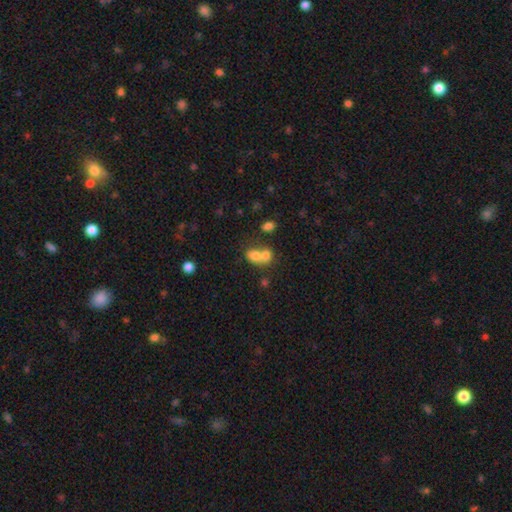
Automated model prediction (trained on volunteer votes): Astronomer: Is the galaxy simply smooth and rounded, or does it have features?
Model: smooth — 72%.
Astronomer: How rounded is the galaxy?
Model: in between — 56% (runner-up: round, 42%).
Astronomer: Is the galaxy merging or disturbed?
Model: merger — 68%.